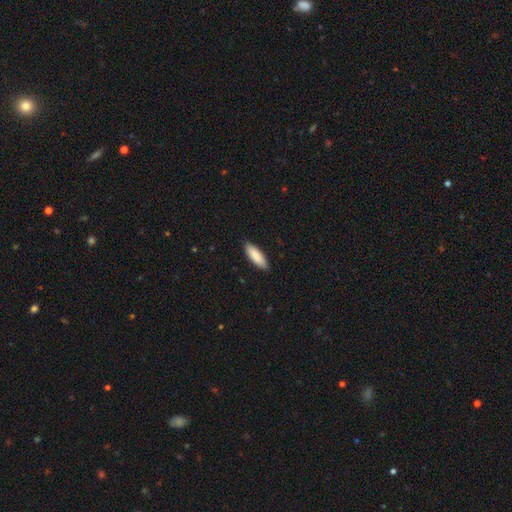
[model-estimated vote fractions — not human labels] This is clearly a smooth galaxy (89%). How rounded: possibly in between (57%). Merging: clearly none (89%).